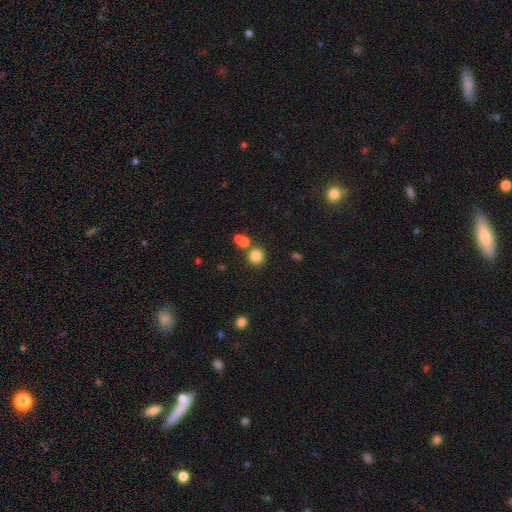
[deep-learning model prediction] A smooth galaxy with no disk features (81%) that is round (92%).

Vote fractions:
- Smooth or featured? smooth: 81% / star or artifact: 13% / featured or disk: 6%
- How rounded? round: 92% / in between: 7% / cigar-shaped: 1%
- Merging? none: 72% / merger: 17% / minor disturbance: 7% / major disturbance: 3%